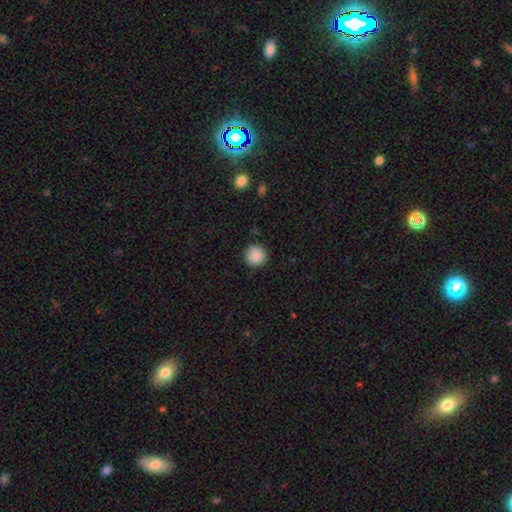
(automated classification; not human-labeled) Smooth or featured? Predicted: smooth (p=0.87). How rounded? Predicted: round (p=0.95). Merging? Predicted: none (p=0.90).